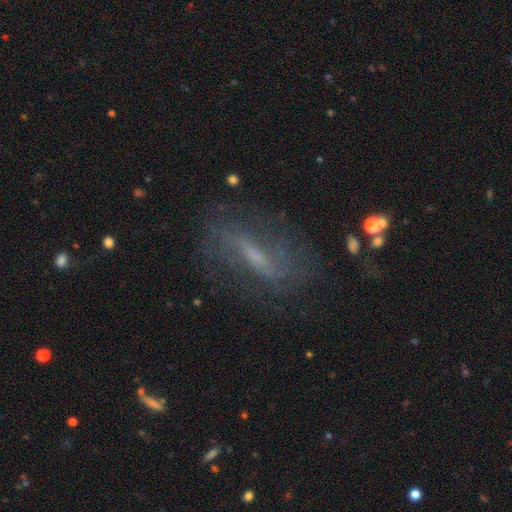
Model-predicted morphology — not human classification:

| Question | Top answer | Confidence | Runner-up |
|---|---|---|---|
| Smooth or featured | featured or disk | 65% | smooth (22%) |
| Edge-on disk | no | 73% | yes (27%) |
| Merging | none | 69% | minor disturbance (17%) |